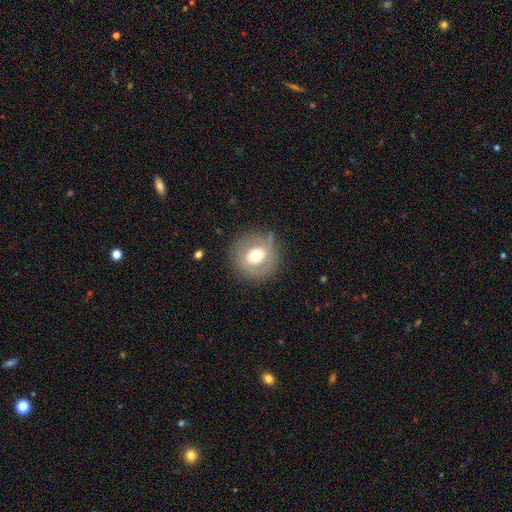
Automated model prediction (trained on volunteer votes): smooth_or_featured: smooth (p=0.60) [alt: featured or disk p=0.30]
how_rounded: round (p=0.90) [alt: in between p=0.09]
merging: none (p=0.79) [alt: minor disturbance p=0.13]